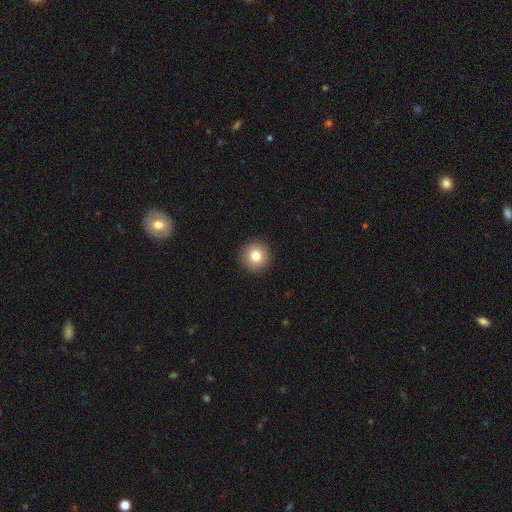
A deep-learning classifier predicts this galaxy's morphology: This is clearly a smooth galaxy (81%). How rounded: clearly round (95%). Merging: clearly none (93%).